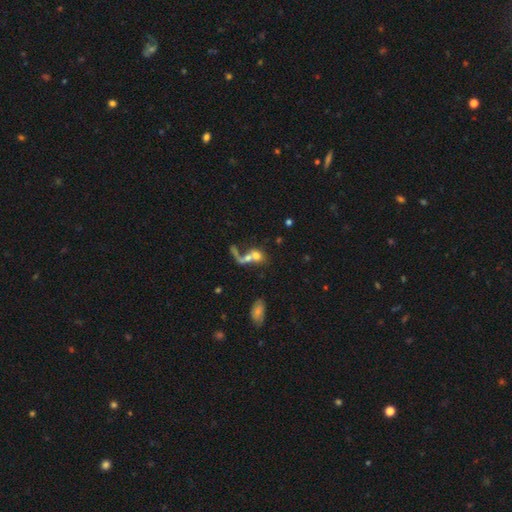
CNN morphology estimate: Smooth or featured: smooth — 60% (featured or disk — 27%)
How rounded: in between — 53% (round — 42%)
Merging: merger — 62% (none — 18%)